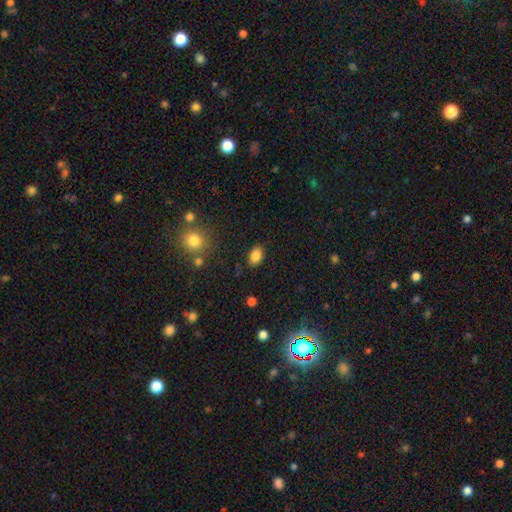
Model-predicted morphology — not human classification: A smooth galaxy with no disk features (84%) that is in between round and cigar-shaped (85%). Merging: none (84%).